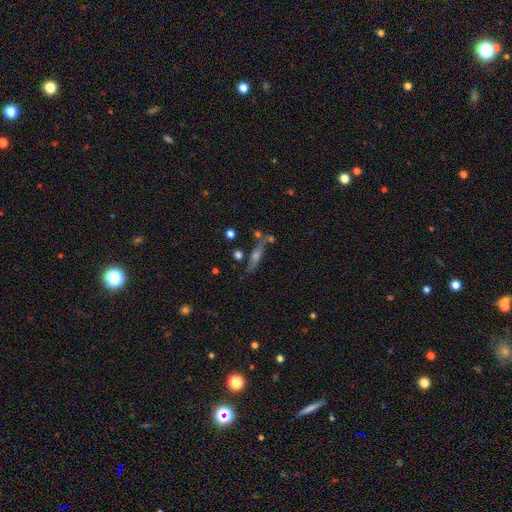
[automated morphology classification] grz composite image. It shows a featured or disk galaxy (58%) viewed edge-on (86%). Merging: none (69%).